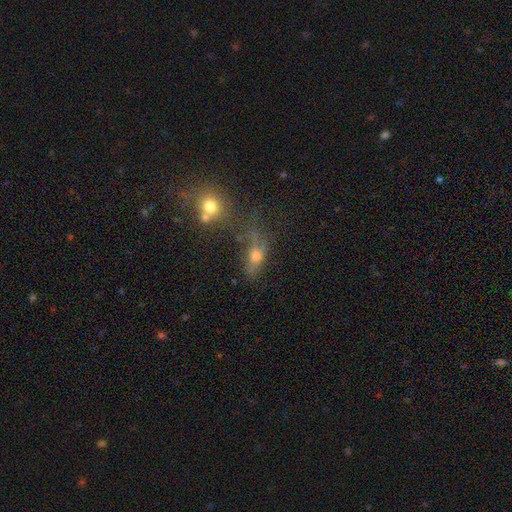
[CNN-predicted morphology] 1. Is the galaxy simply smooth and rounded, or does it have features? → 45% smooth, 35% featured or disk, 20% star or artifact.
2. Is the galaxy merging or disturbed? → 49% none, 21% minor disturbance, 17% major disturbance, 13% merger.